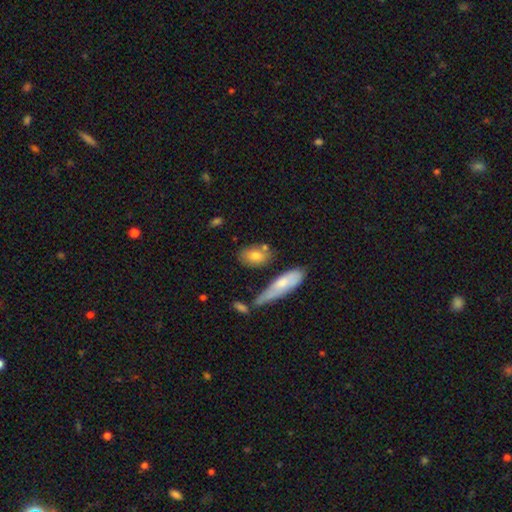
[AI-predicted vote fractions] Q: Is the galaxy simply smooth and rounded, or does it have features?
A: smooth — 73%.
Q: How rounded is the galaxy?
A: in between — 74%.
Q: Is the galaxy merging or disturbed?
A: none — 60%.